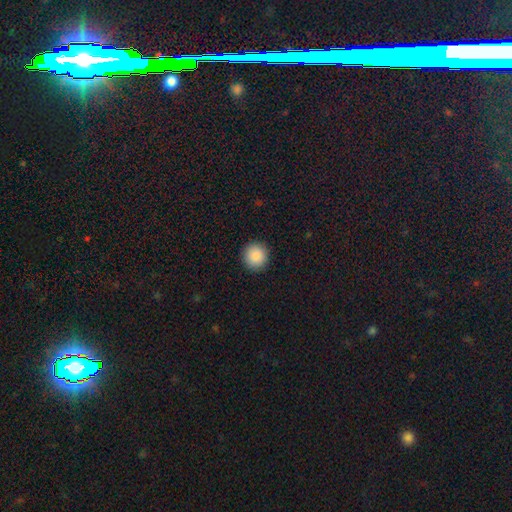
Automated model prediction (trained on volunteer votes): smooth 89%, star or artifact 8%, featured or disk 3%. Down the decision tree: how rounded — round (94%); merging — none (92%).